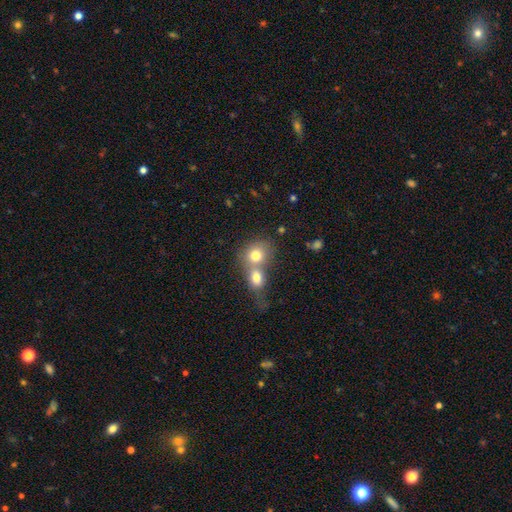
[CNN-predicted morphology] smooth 76%, featured or disk 13%, star or artifact 10%. Down the decision tree: how rounded — round (68%); merging — merger (64%).